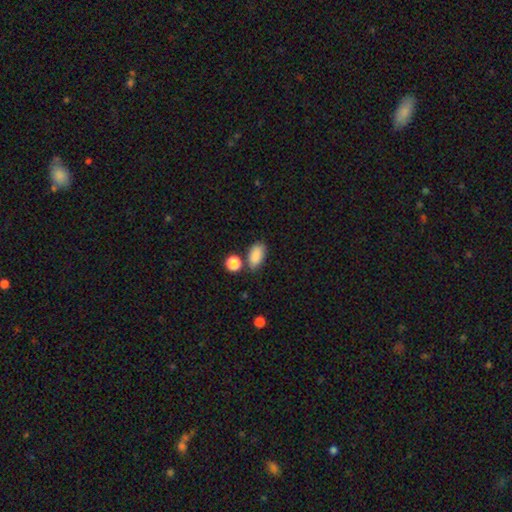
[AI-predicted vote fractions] Overall: smooth (87%). How rounded: in between (90%). Merging: none (69%).